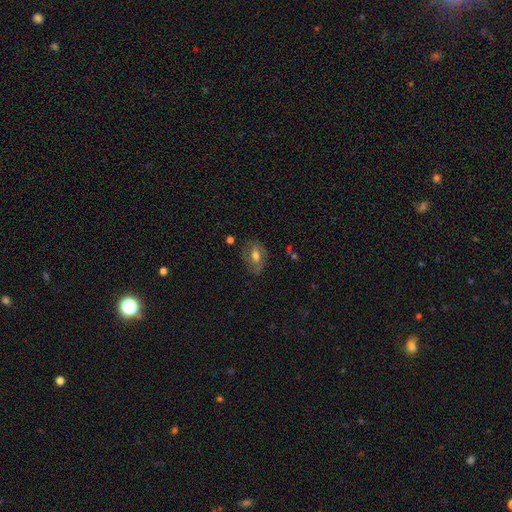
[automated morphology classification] type=smooth (49%); merging=none (71%).